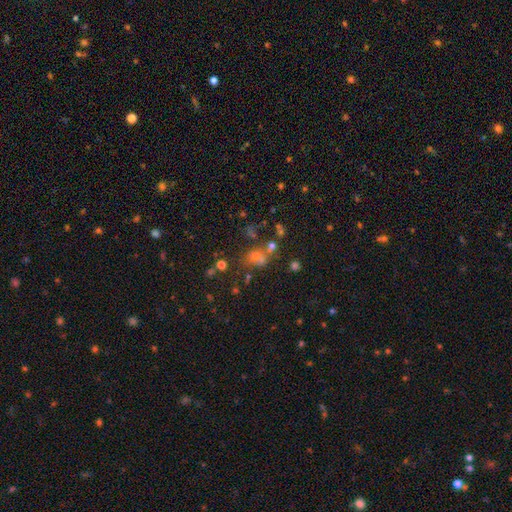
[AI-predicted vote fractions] Smooth or featured?
  - star or artifact: 43% *
  - smooth: 40%
  - featured or disk: 17%